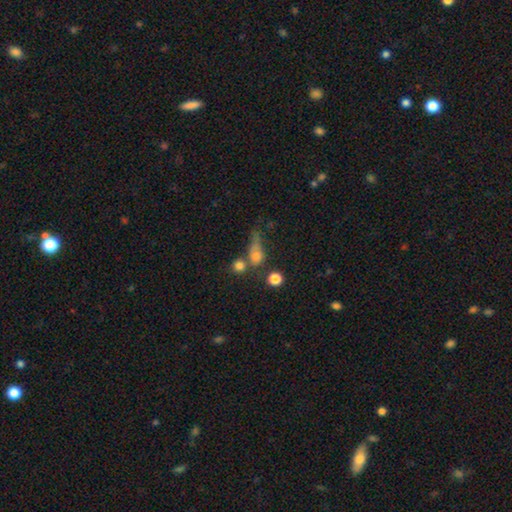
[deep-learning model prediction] Smooth or featured?
  - smooth: 61% *
  - star or artifact: 20%
  - featured or disk: 19%
How rounded?
  - round: 52% *
  - in between: 34%
  - cigar-shaped: 15%
Merging?
  - none: 34% *
  - merger: 31%
  - major disturbance: 20%
  - minor disturbance: 15%